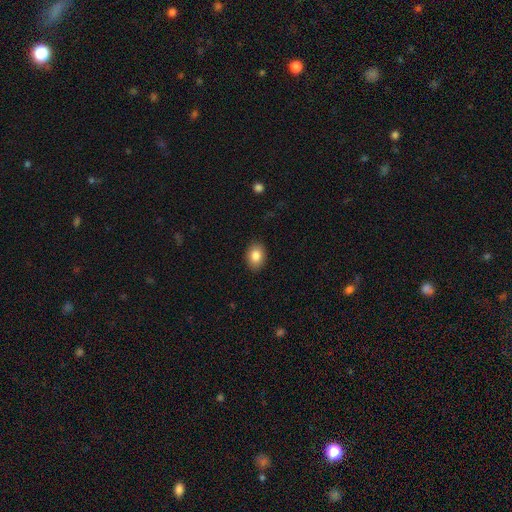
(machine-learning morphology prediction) Smooth or featured? Predicted: smooth (p=0.85). How rounded? Predicted: in between (p=0.73). Merging? Predicted: none (p=0.89).